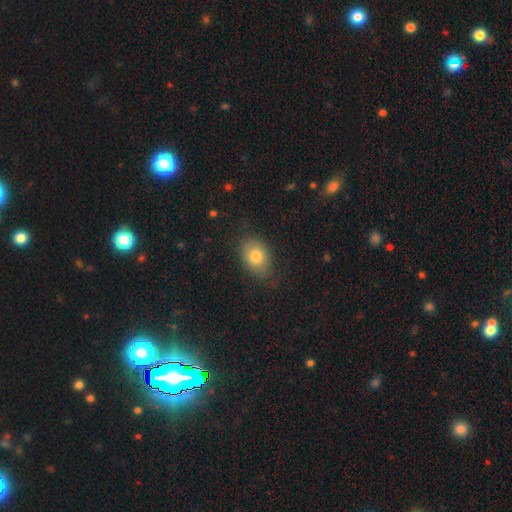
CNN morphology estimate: Smooth or featured?
  - smooth: 78% *
  - featured or disk: 13%
  - star or artifact: 9%
How rounded?
  - in between: 77% *
  - round: 21%
  - cigar-shaped: 1%
Merging?
  - none: 76% *
  - minor disturbance: 18%
  - major disturbance: 5%
  - merger: 1%